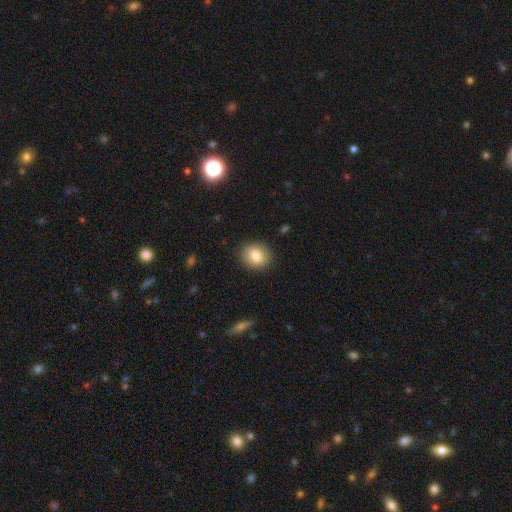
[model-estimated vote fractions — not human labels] Smooth or featured?
  - smooth: 84% *
  - star or artifact: 8%
  - featured or disk: 8%
How rounded?
  - round: 62% *
  - in between: 37%
  - cigar-shaped: 1%
Merging?
  - none: 88% *
  - minor disturbance: 8%
  - major disturbance: 2%
  - merger: 1%